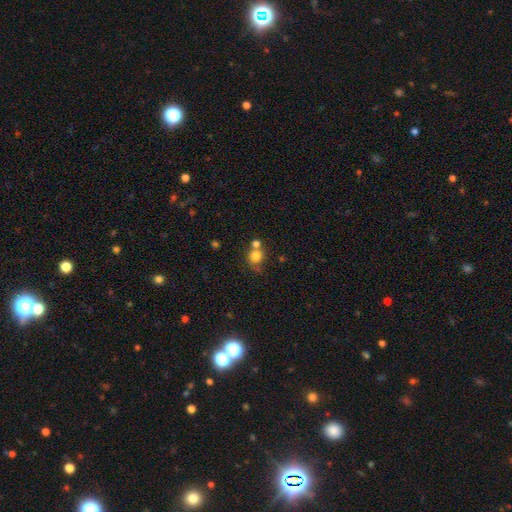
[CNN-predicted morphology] The model was most divided on "merging": none: 45%, merger: 35%, minor disturbance: 13%, major disturbance: 6%. More confident: how rounded — round (82%); smooth or featured — smooth (78%).